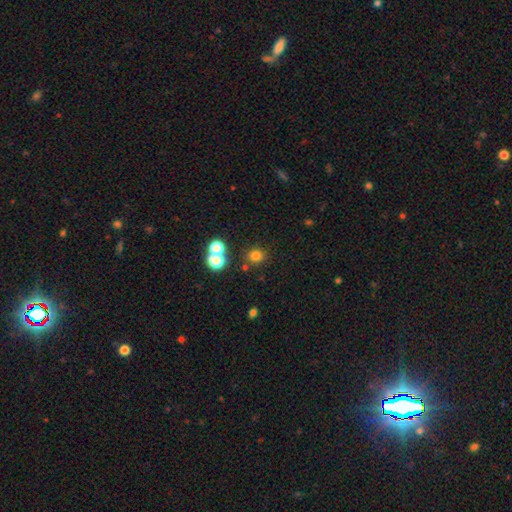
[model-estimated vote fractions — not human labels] This is likely a smooth galaxy (76%). How rounded: clearly round (86%). Merging: likely none (78%).